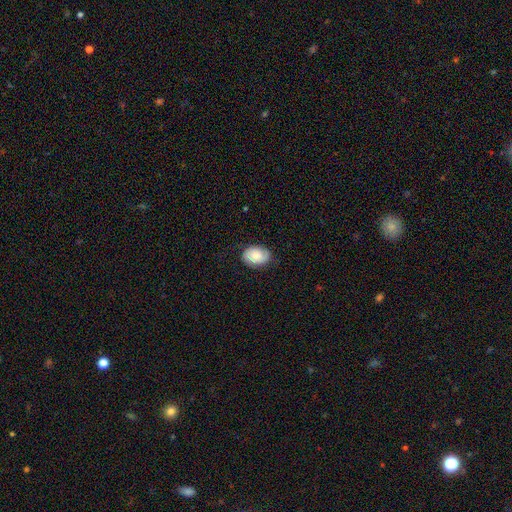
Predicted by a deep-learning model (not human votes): A smooth galaxy with no disk features (74%) that is in between round and cigar-shaped (81%).

Vote fractions:
- Smooth or featured? smooth: 74% / featured or disk: 19% / star or artifact: 7%
- How rounded? in between: 81% / round: 18% / cigar-shaped: 1%
- Merging? none: 78% / minor disturbance: 17% / major disturbance: 4% / merger: 1%